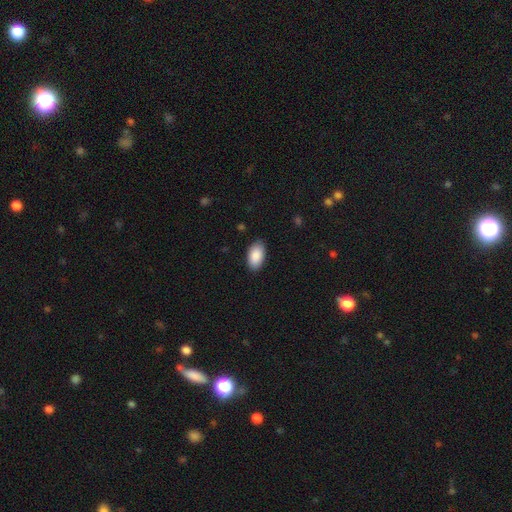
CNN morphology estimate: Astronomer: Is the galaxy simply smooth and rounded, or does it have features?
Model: smooth — 90%.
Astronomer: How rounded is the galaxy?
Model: in between — 95%.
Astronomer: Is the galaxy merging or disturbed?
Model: none — 86%.